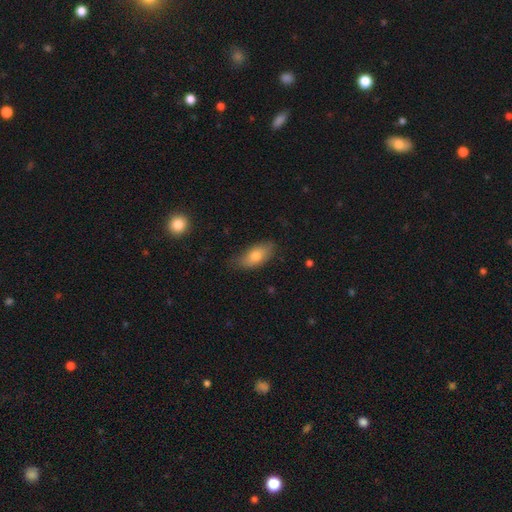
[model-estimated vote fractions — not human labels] Smooth or featured: smooth — 76% (featured or disk — 17%)
How rounded: in between — 87% (cigar-shaped — 10%)
Merging: none — 71% (minor disturbance — 23%)